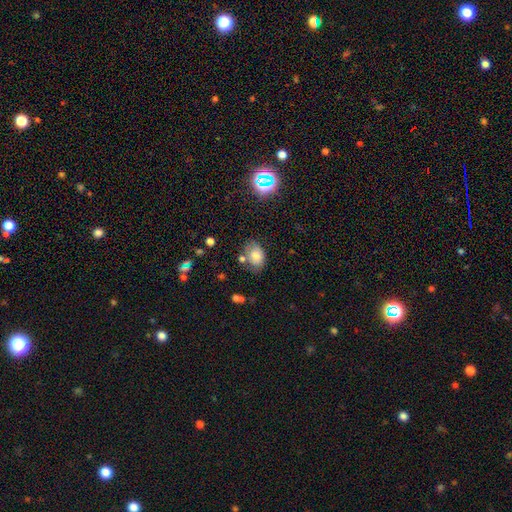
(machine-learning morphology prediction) smooth 71%, featured or disk 17%, star or artifact 12%. Down the decision tree: how rounded — in between (76%); merging — none (61%).